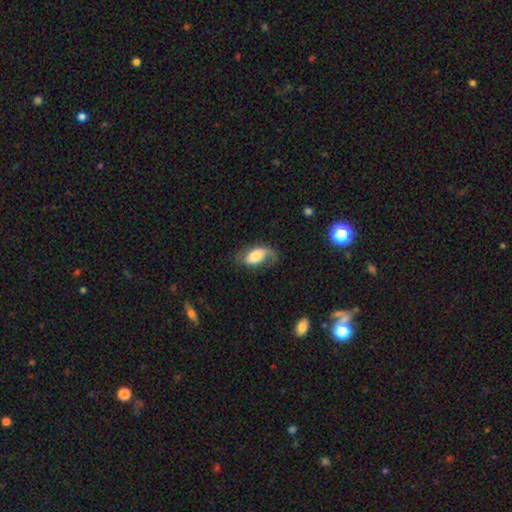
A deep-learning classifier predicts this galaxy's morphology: A smooth galaxy with no disk features (52%) that is in between round and cigar-shaped (90%).

Vote fractions:
- Smooth or featured? smooth: 52% / featured or disk: 40% / star or artifact: 8%
- How rounded? in between: 90% / round: 5% / cigar-shaped: 5%
- Merging? none: 48% / minor disturbance: 28% / major disturbance: 22% / merger: 2%